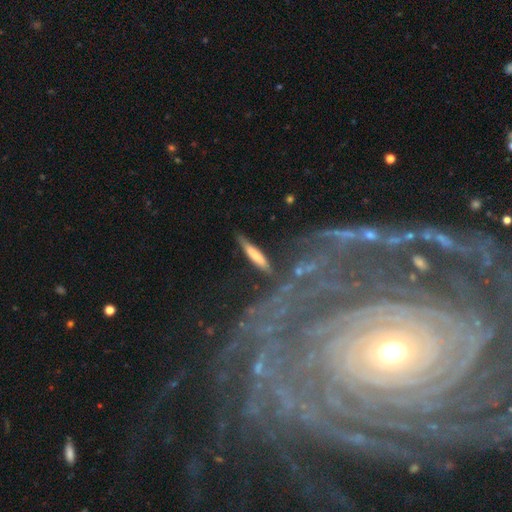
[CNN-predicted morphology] smooth-or-featured: smooth: 66% | featured or disk: 28% | star or artifact: 6%
  how-rounded: cigar-shaped: 89% | in between: 9% | round: 2%
  merging: none: 74% | minor disturbance: 15% | merger: 6% | major disturbance: 5%